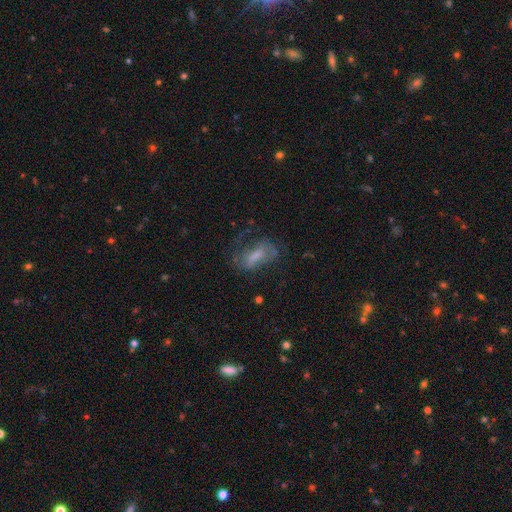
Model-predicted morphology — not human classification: This appears to be a featured or disk galaxy (46%). Merging: none (44%).